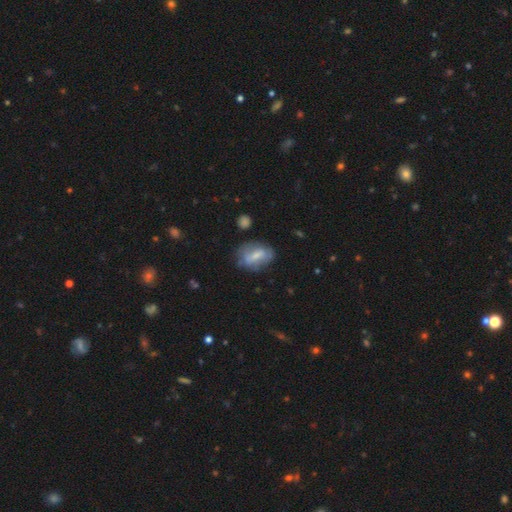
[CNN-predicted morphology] This appears to be a smooth galaxy with no disk features (54%) that is in between round and cigar-shaped (81%). Merging: none (61%).